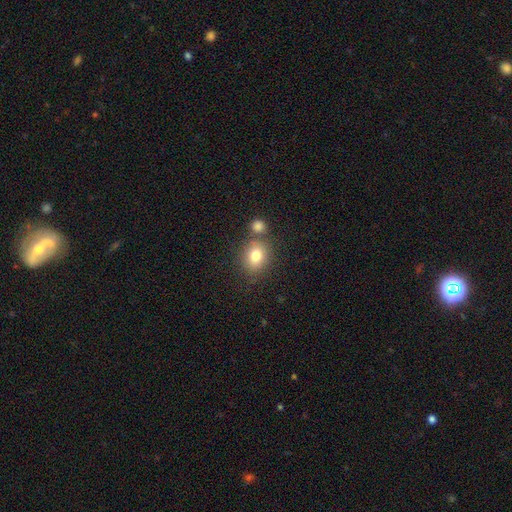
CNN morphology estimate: The model was most divided on "how rounded": round: 59%, in between: 40%, cigar-shaped: 1%. More confident: smooth or featured — smooth (78%); merging — none (64%).